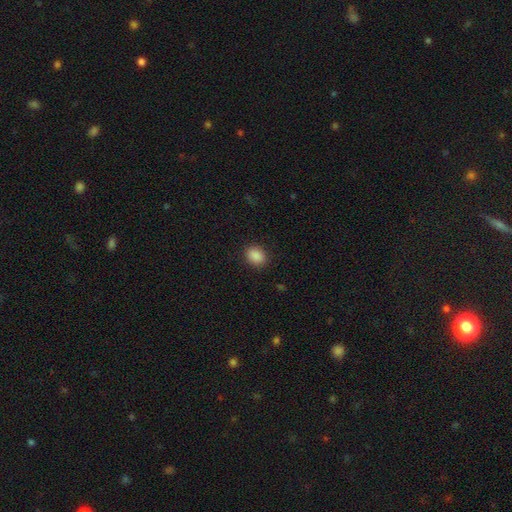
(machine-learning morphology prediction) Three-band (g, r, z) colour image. It shows a smooth galaxy with no disk features (89%) that is in between round and cigar-shaped (54%). Merging: none (89%).